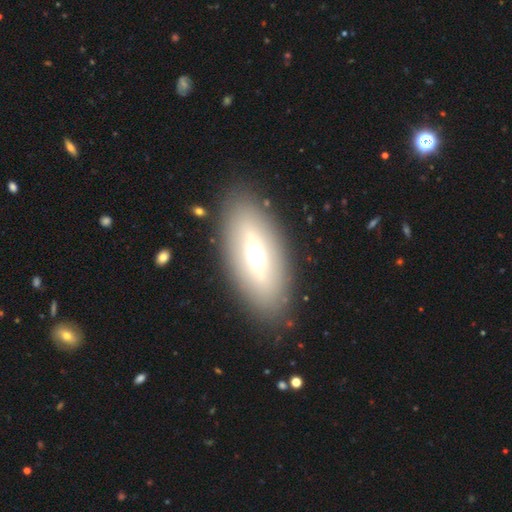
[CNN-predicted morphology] The model was most divided on "smooth or featured": smooth: 50%, featured or disk: 41%, star or artifact: 9%. More confident: merging — none (85%).